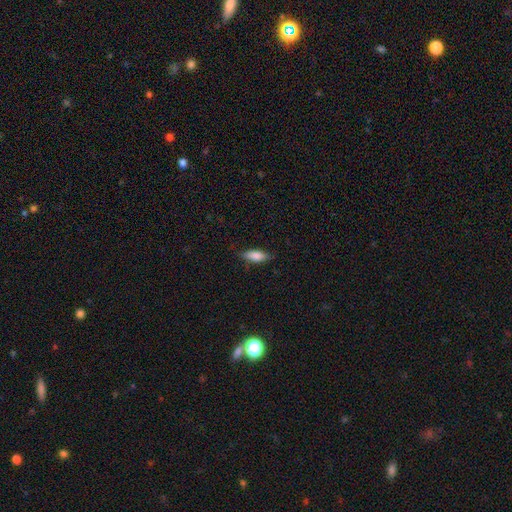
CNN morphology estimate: Q: Smooth or featured?
A: smooth (79%); runner-up: featured or disk (14%)
Q: How rounded?
A: in between (71%); runner-up: cigar-shaped (27%)
Q: Merging?
A: none (78%); runner-up: minor disturbance (17%)